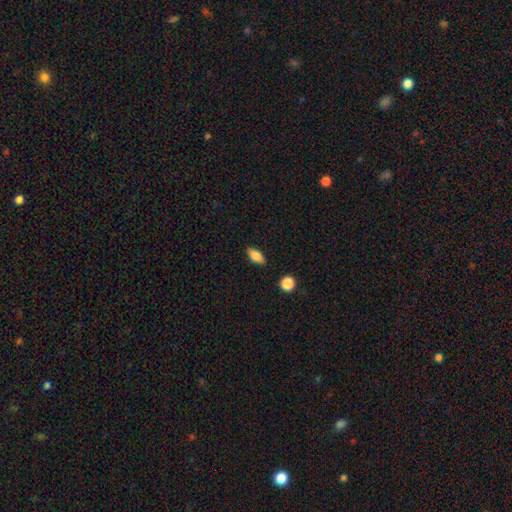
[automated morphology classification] smooth 80%, featured or disk 12%, star or artifact 8%. Down the decision tree: how rounded — in between (83%); merging — none (87%).